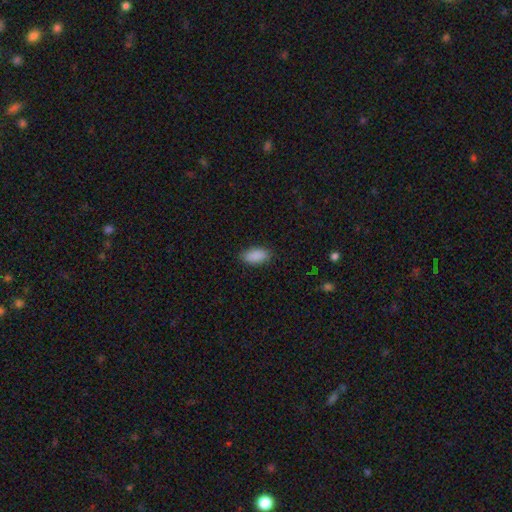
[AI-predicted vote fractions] Overall: smooth (89%). How rounded: in between (91%). Merging: none (86%).